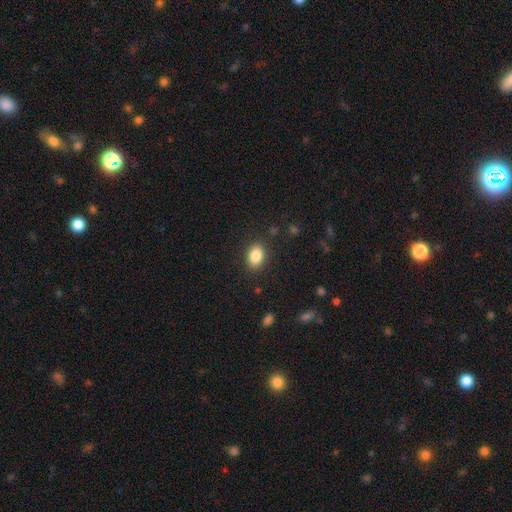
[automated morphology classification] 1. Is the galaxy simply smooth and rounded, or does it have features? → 86% smooth, 8% star or artifact, 6% featured or disk.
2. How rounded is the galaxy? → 82% in between, 16% round, 1% cigar-shaped.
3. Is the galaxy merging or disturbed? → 87% none, 9% minor disturbance, 3% major disturbance, 1% merger.